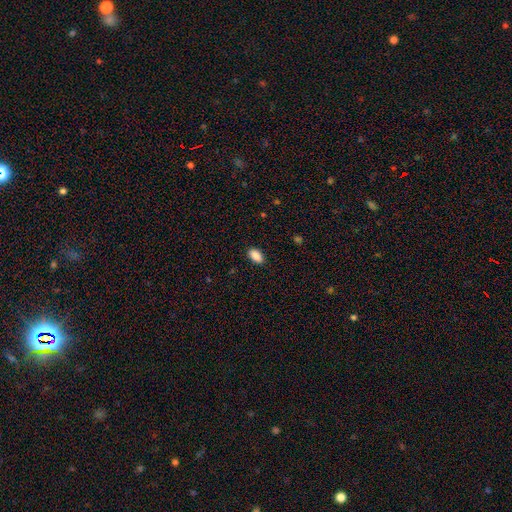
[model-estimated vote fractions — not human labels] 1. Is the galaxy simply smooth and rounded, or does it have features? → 89% smooth, 7% star or artifact, 3% featured or disk.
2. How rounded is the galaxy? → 92% in between, 4% round, 3% cigar-shaped.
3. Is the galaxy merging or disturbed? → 87% none, 10% minor disturbance, 2% major disturbance, 1% merger.